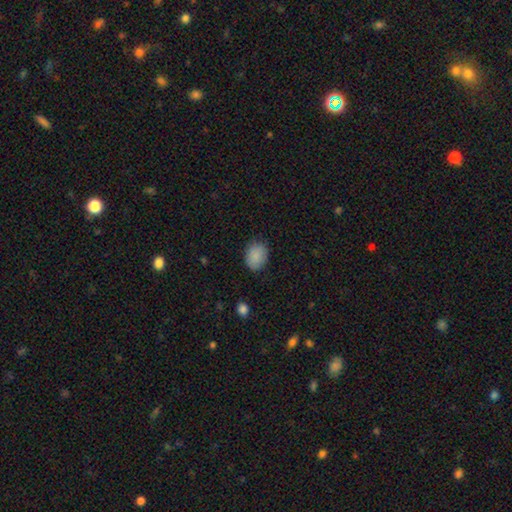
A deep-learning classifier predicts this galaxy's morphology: Smooth or featured: smooth — 87% (star or artifact — 8%)
How rounded: in between — 58% (round — 41%)
Merging: none — 82% (minor disturbance — 13%)